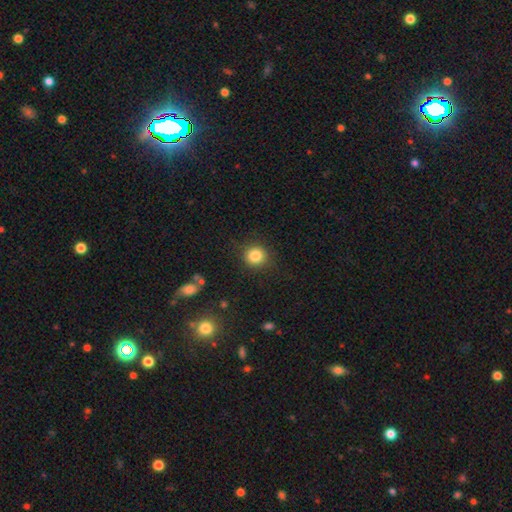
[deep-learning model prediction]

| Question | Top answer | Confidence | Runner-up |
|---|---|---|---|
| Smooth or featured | smooth | 84% | star or artifact (11%) |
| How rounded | round | 91% | in between (8%) |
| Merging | none | 87% | minor disturbance (8%) |